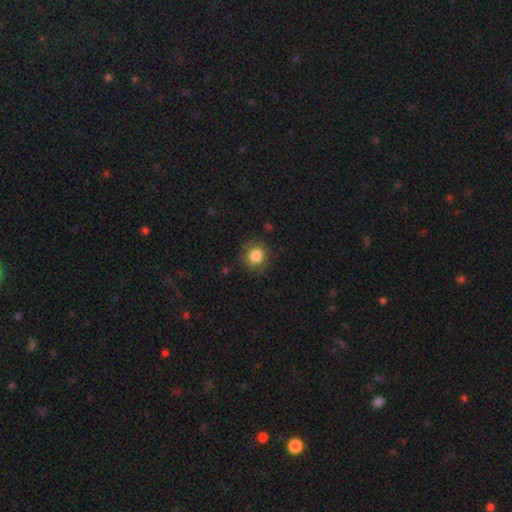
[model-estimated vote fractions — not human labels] The model was most divided on "how rounded": round: 80%, in between: 19%, cigar-shaped: 1%. More confident: smooth or featured — smooth (84%); merging — none (84%).